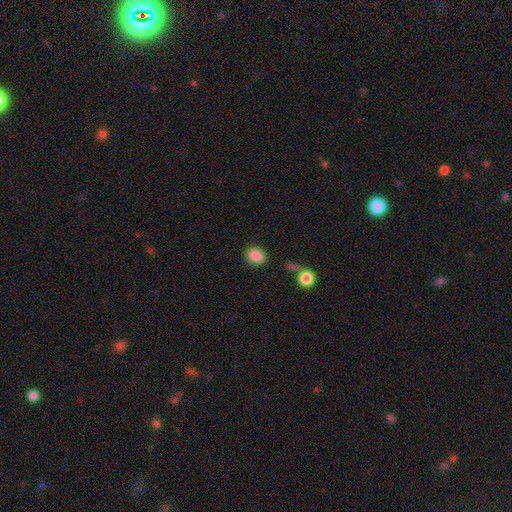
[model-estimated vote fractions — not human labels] This is clearly a smooth galaxy (88%). How rounded: possibly in between (51%). Merging: likely none (79%).